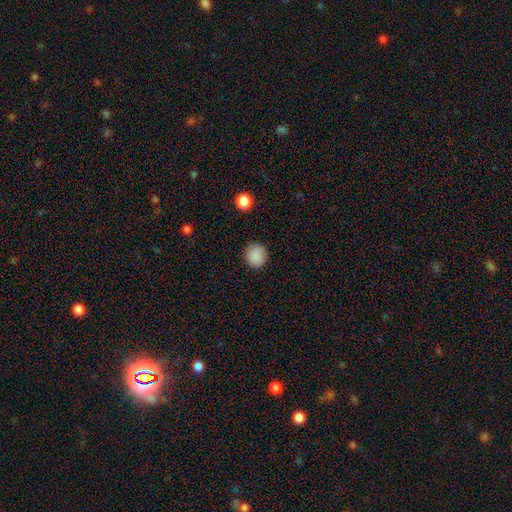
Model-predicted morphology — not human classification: Q: Smooth or featured?
A: smooth (88%); runner-up: star or artifact (8%)
Q: How rounded?
A: round (90%); runner-up: in between (9%)
Q: Merging?
A: none (89%); runner-up: minor disturbance (8%)